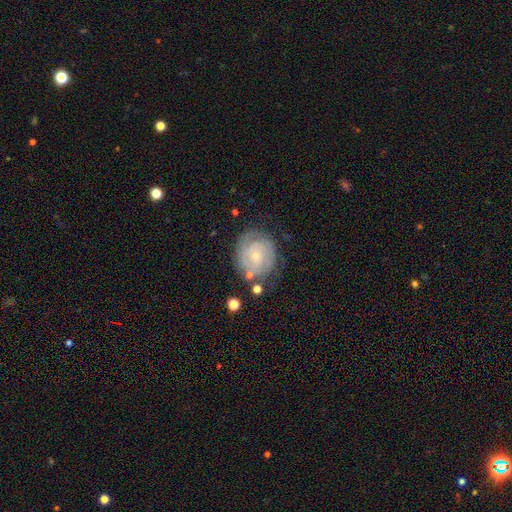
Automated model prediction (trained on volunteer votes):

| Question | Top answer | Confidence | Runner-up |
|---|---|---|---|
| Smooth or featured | featured or disk | 74% | smooth (20%) |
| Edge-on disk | no | 98% | yes (2%) |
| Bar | no | 76% | weak (20%) |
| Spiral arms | yes | 86% | no (14%) |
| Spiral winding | tight | 71% | medium (22%) |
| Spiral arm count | can't tell | 36% | tied: 2 (36%) |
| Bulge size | small | 77% | moderate (19%) |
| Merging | none | 70% | minor disturbance (19%) |